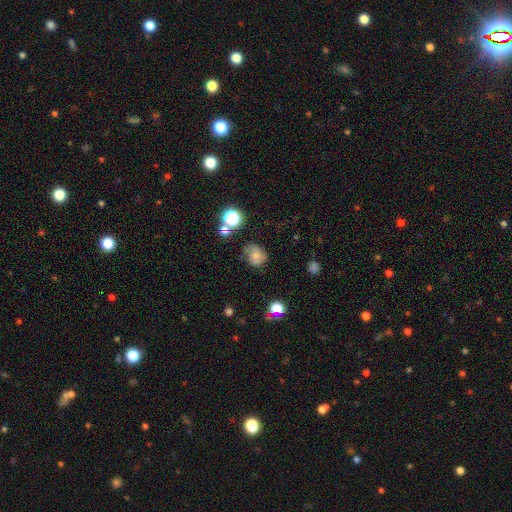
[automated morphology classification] smooth-or-featured: smooth: 61% | featured or disk: 24% | star or artifact: 16%
  how-rounded: round: 61% | in between: 38% | cigar-shaped: 1%
  merging: none: 60% | minor disturbance: 26% | major disturbance: 9% | merger: 4%